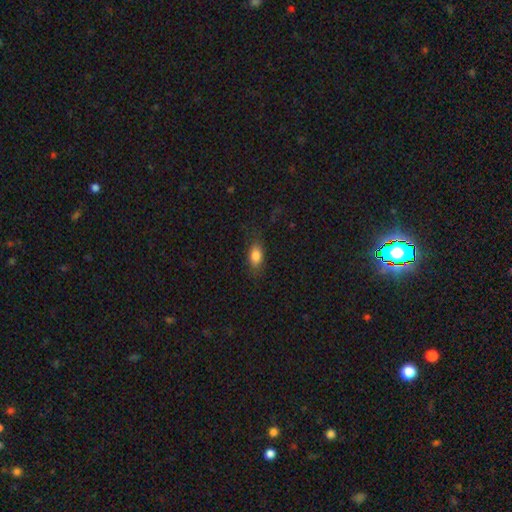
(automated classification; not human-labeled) Morphology: type=smooth (82%); roundness=in between (83%); merging=none (77%).